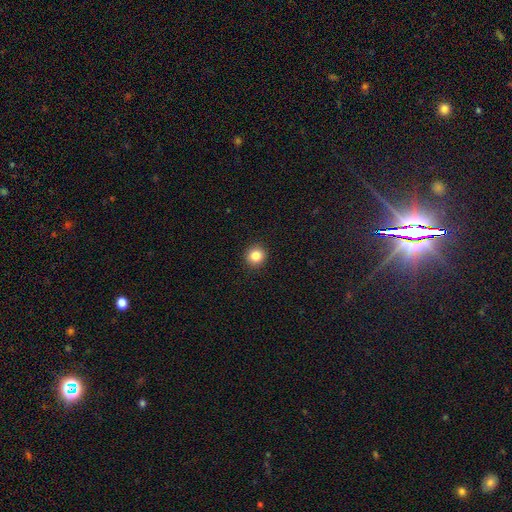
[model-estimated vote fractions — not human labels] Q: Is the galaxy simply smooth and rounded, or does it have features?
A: smooth — 84%.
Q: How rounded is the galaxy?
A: round — 94%.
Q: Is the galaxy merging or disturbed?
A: none — 93%.